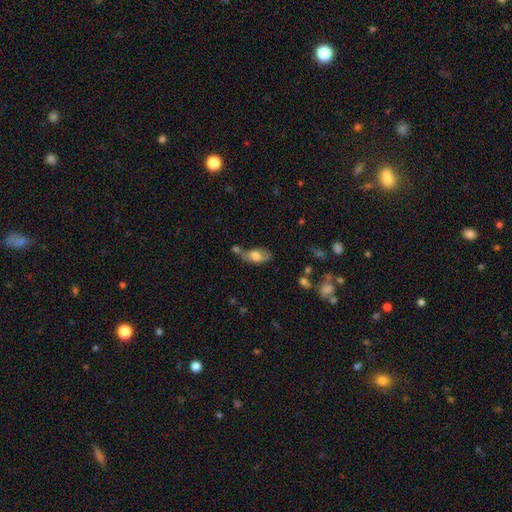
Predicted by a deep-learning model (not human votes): A smooth galaxy with no disk features (72%) that is in between round and cigar-shaped (89%).

Vote fractions:
- Smooth or featured? smooth: 72% / featured or disk: 21% / star or artifact: 7%
- How rounded? in between: 89% / round: 6% / cigar-shaped: 5%
- Merging? none: 47% / merger: 22% / minor disturbance: 22% / major disturbance: 8%